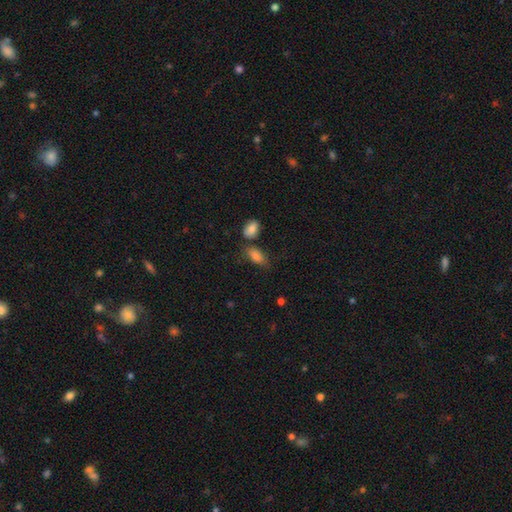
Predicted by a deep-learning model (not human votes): Q: Smooth or featured?
A: smooth (83%); runner-up: star or artifact (9%)
Q: How rounded?
A: in between (88%); runner-up: cigar-shaped (7%)
Q: Merging?
A: none (52%); runner-up: minor disturbance (26%)